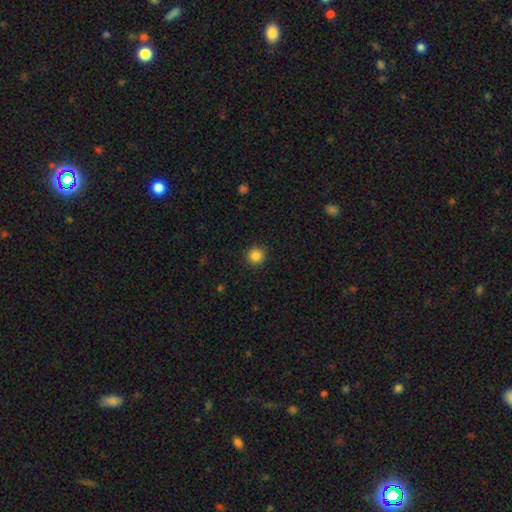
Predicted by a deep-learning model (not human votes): Overall: smooth (85%). How rounded: round (95%). Merging: none (91%).